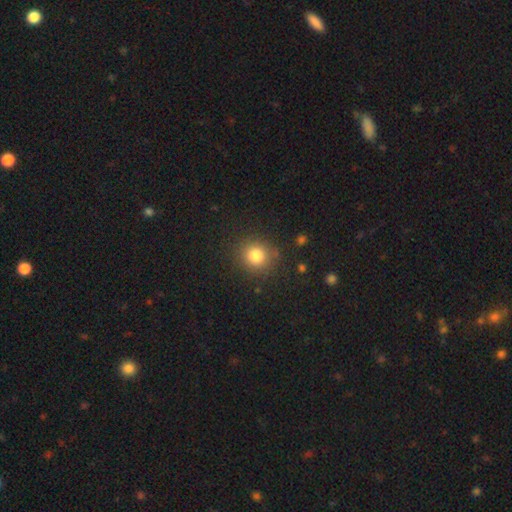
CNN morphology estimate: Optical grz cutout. It shows a smooth galaxy with no disk features (81%) that is round (87%). Merging: none (86%).